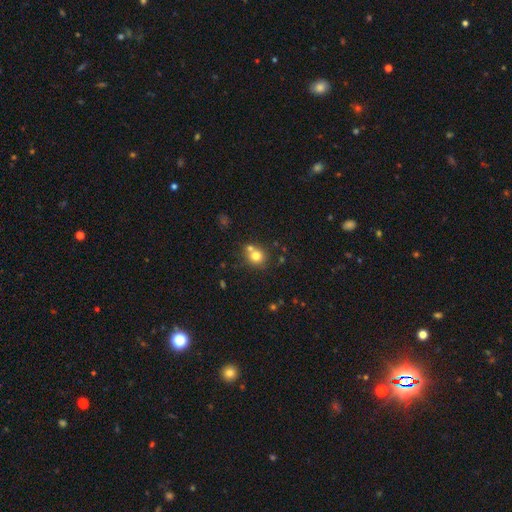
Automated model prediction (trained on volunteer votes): Smooth or featured? smooth (76%)
How rounded? round (85%)
Merging? none (59%)